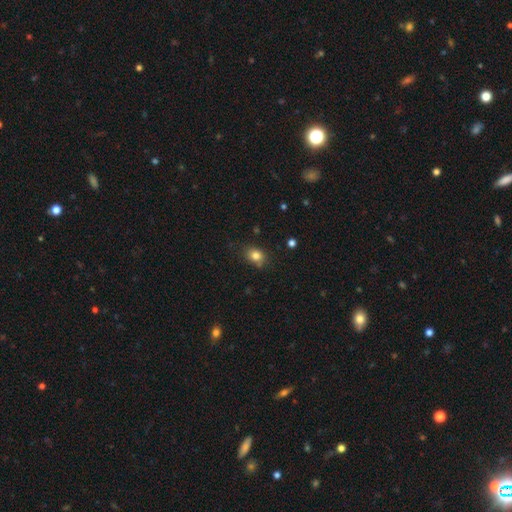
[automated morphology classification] This appears to be a smooth galaxy with no disk features (82%) that is in between round and cigar-shaped (53%). Merging: none (76%).